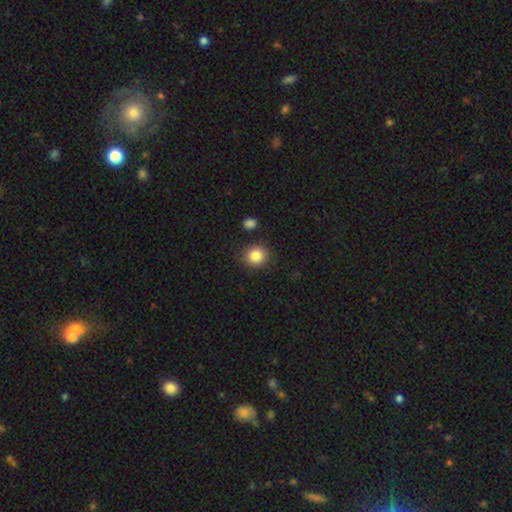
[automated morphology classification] Smooth or featured? Predicted: smooth (p=0.86). How rounded? Predicted: round (p=0.88). Merging? Predicted: none (p=0.86).